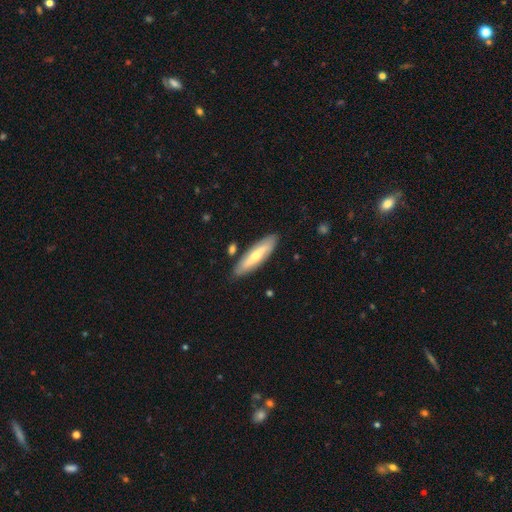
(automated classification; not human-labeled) smooth-or-featured: smooth: 48% | featured or disk: 46% | star or artifact: 5%
  merging: none: 84% | minor disturbance: 11% | merger: 3% | major disturbance: 2%